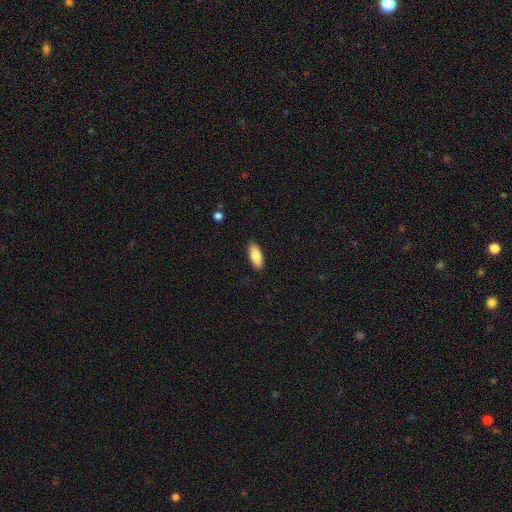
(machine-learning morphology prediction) Smooth or featured? Predicted: smooth (p=0.83). How rounded? Predicted: in between (p=0.81). Merging? Predicted: none (p=0.88).